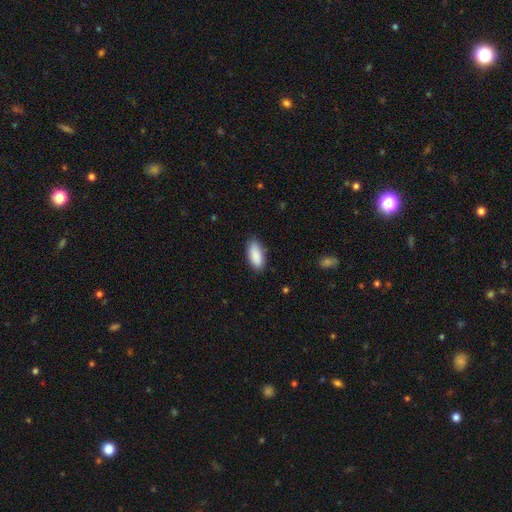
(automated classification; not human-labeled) smooth 90%, star or artifact 6%, featured or disk 5%. Down the decision tree: how rounded — in between (89%); merging — none (84%).